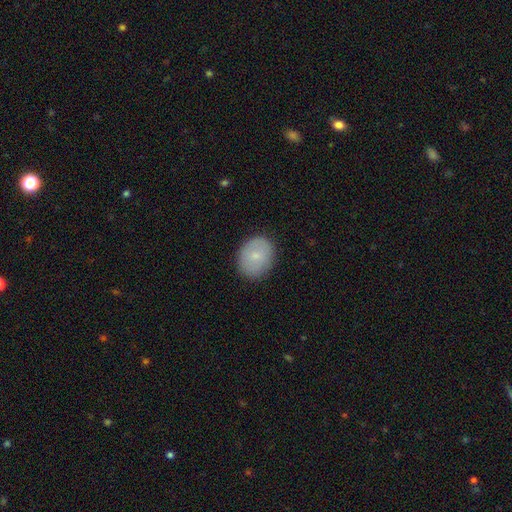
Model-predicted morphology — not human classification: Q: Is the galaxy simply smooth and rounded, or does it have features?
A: smooth — 74%.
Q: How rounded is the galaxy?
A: round — 52%.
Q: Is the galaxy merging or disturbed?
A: none — 85%.